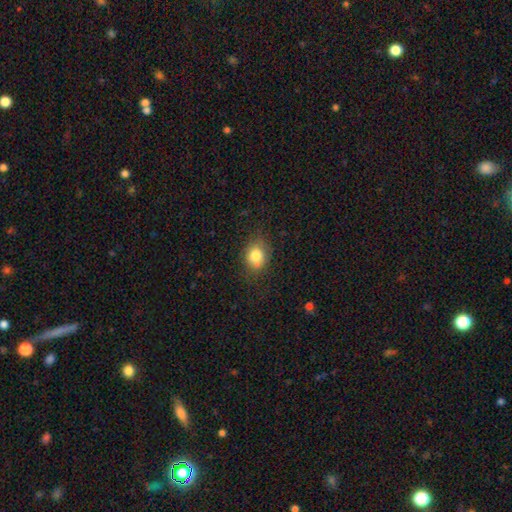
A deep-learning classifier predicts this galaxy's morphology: A smooth galaxy with no disk features (80%) that is round (53%).

Vote fractions:
- Smooth or featured? smooth: 80% / star or artifact: 10% / featured or disk: 10%
- How rounded? round: 53% / in between: 46% / cigar-shaped: 1%
- Merging? none: 72% / minor disturbance: 20% / major disturbance: 5% / merger: 2%